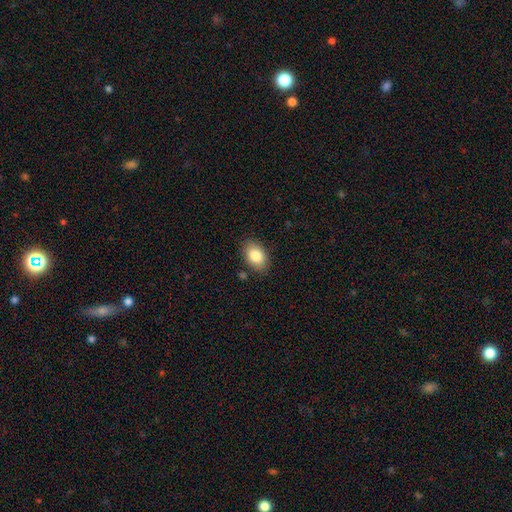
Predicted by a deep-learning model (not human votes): This appears to be a smooth galaxy with no disk features (84%) that is in between round and cigar-shaped (86%). Merging: none (84%).